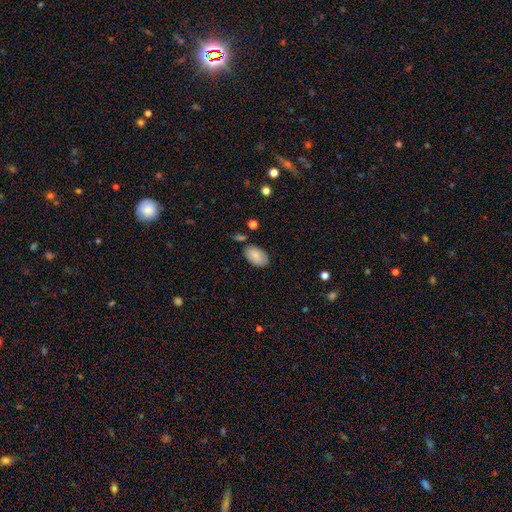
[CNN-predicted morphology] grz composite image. It shows a smooth galaxy with no disk features (84%) that is in between round and cigar-shaped (93%). Merging: none (78%).